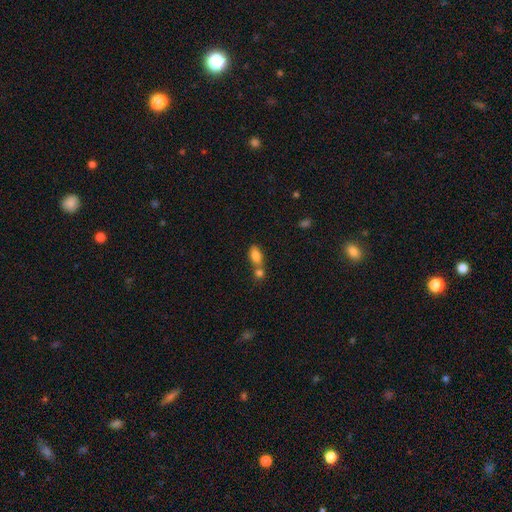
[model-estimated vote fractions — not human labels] This is clearly a smooth galaxy (81%). How rounded: clearly in between (84%). Merging: possibly merger (51%).